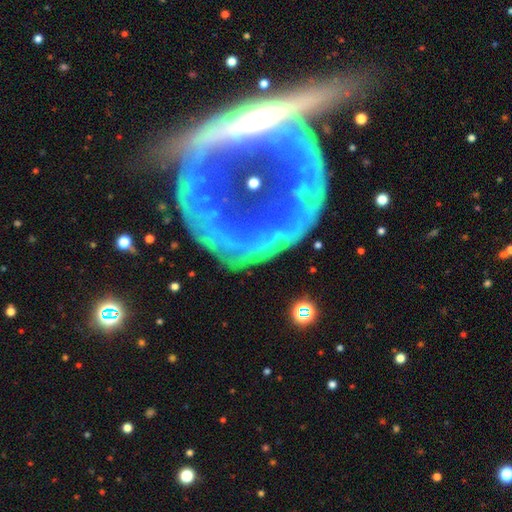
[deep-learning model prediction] Smooth or featured: featured or disk — 54% (star or artifact — 30%)
Edge-on disk: no — 71% (yes — 29%)
Merging: none — 73% (minor disturbance — 12%)